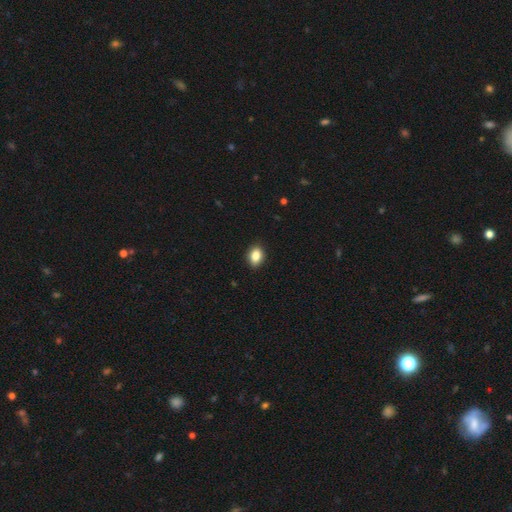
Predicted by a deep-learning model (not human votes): Smooth or featured?
  - smooth: 86% *
  - star or artifact: 9%
  - featured or disk: 6%
How rounded?
  - in between: 76% *
  - round: 23%
  - cigar-shaped: 2%
Merging?
  - none: 89% *
  - minor disturbance: 8%
  - major disturbance: 2%
  - merger: 1%